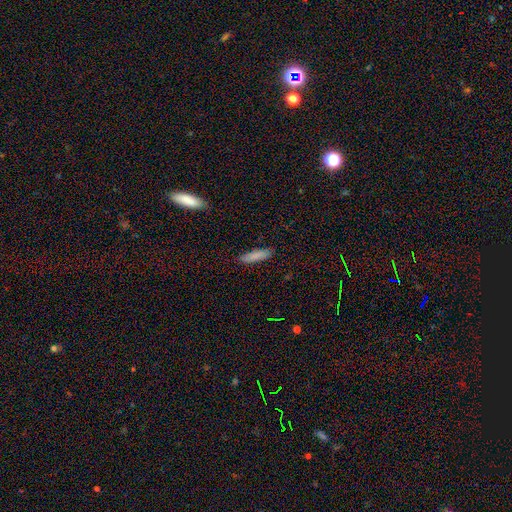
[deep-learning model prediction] Smooth or featured: smooth — 85% (featured or disk — 9%)
How rounded: cigar-shaped — 75% (in between — 24%)
Merging: none — 88% (minor disturbance — 9%)